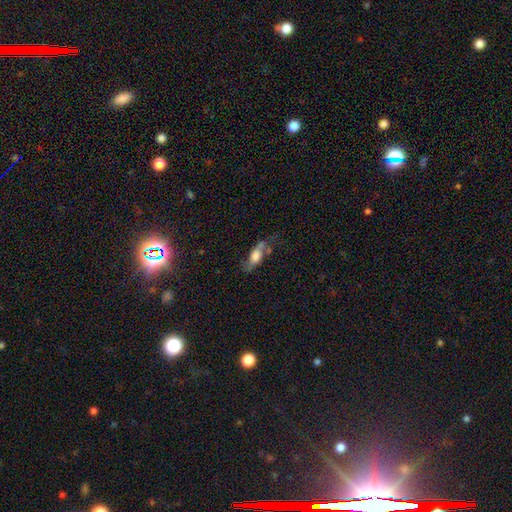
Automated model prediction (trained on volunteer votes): Smooth or featured: smooth — 47% (featured or disk — 44%)
Merging: none — 42% (minor disturbance — 27%)